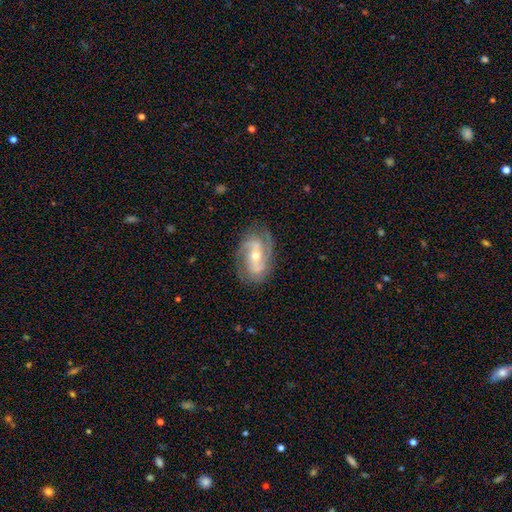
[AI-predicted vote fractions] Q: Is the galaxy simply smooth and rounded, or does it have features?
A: featured or disk — 85%.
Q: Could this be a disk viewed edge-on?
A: no — 96%.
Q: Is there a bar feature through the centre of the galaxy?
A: no — 42%.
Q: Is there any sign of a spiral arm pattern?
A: yes — 95%.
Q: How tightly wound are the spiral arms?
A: medium — 47%.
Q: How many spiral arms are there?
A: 2 — 56%.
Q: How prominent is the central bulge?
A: moderate — 55%.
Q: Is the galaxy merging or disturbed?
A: none — 75%.